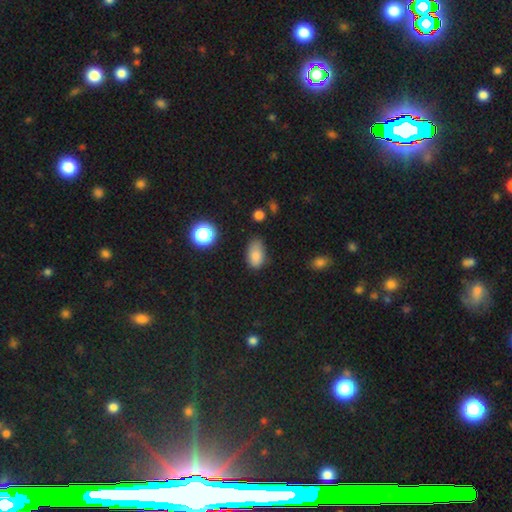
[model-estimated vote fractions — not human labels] Smooth or featured: smooth — 83% (star or artifact — 10%)
How rounded: in between — 88% (round — 10%)
Merging: none — 60% (minor disturbance — 30%)